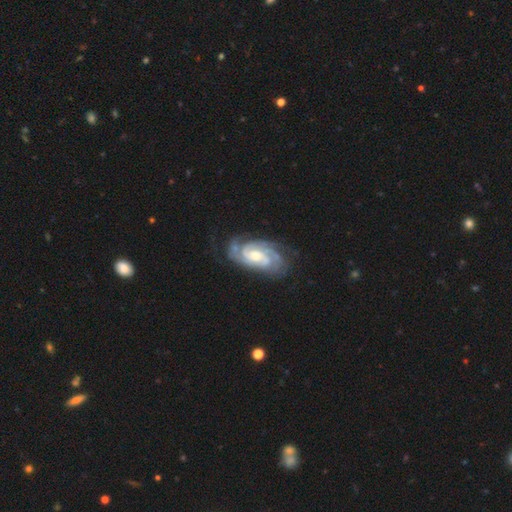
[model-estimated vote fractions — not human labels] Smooth or featured? featured or disk (90%)
Edge-on disk? no (97%)
Bar? no (54%)
Spiral arms? yes (98%)
Spiral winding? tight (68%)
Spiral arm count? 2 (36%)
Bulge size? moderate (56%)
Merging? none (71%)